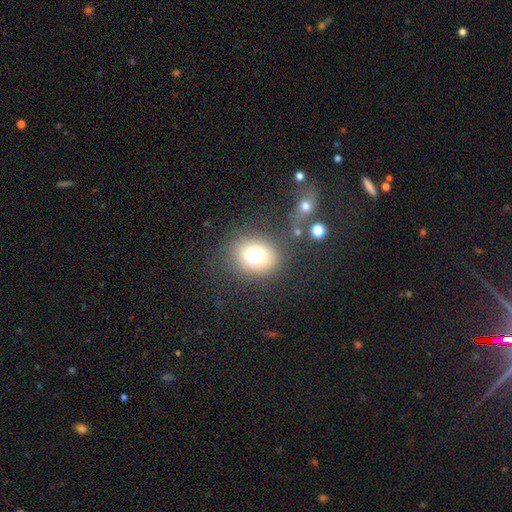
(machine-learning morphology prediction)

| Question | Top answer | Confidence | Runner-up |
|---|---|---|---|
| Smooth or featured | smooth | 75% | star or artifact (13%) |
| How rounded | round | 69% | in between (30%) |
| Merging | none | 75% | minor disturbance (12%) |